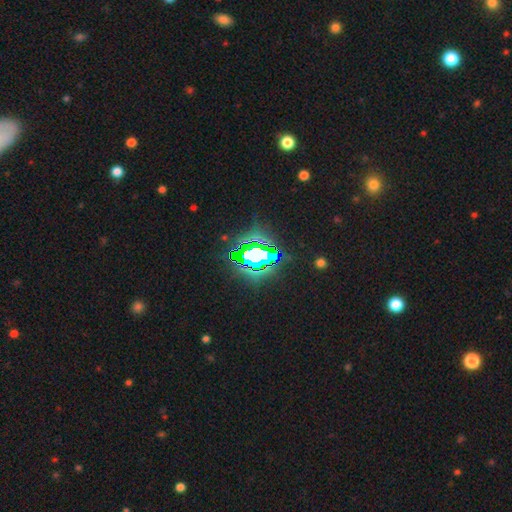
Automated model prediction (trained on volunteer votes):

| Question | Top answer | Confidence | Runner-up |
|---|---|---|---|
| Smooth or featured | star or artifact | 75% | smooth (14%) |